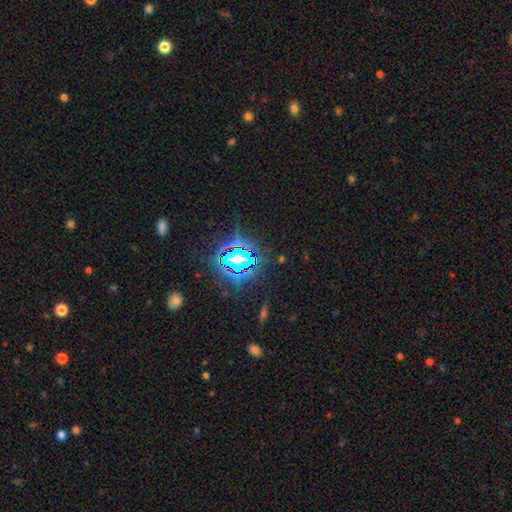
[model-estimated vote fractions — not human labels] This is clearly a star or artifact rather than a galaxy (84%).